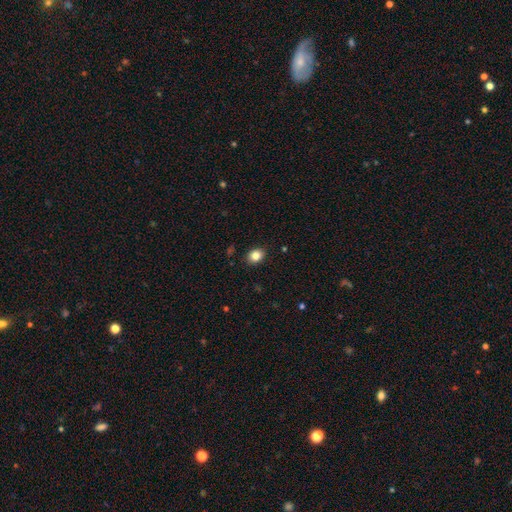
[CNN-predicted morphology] smooth-or-featured: smooth: 84% | star or artifact: 10% | featured or disk: 6%
  how-rounded: in between: 52% | round: 47% | cigar-shaped: 1%
  merging: none: 89% | minor disturbance: 8% | major disturbance: 2% | merger: 1%